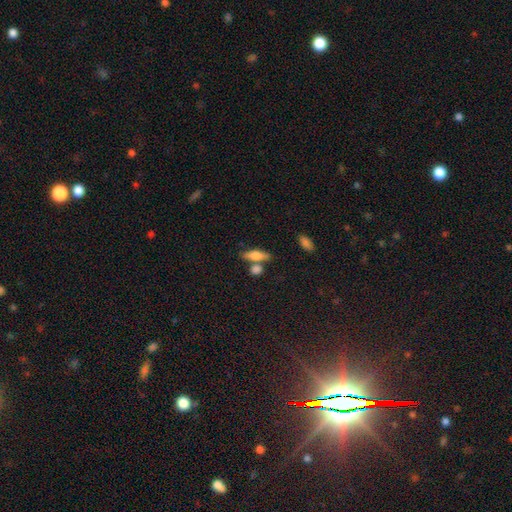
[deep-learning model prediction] Overall: smooth (66%; featured or disk 26%). How rounded: in between (48%; cigar-shaped 46%). Merging: none (63%).